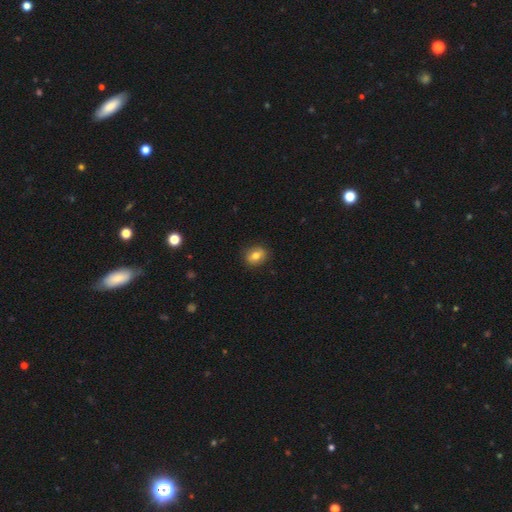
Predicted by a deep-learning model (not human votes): smooth_or_featured: smooth (p=0.75) [alt: featured or disk p=0.16]
how_rounded: in between (p=0.54) [alt: round p=0.44]
merging: none (p=0.86) [alt: minor disturbance p=0.10]